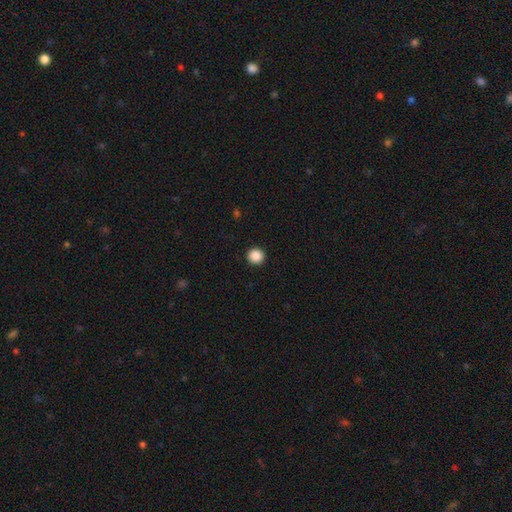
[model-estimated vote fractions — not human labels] Smooth or featured: smooth — 88% (star or artifact — 9%)
How rounded: round — 94% (in between — 5%)
Merging: none — 93% (minor disturbance — 4%)